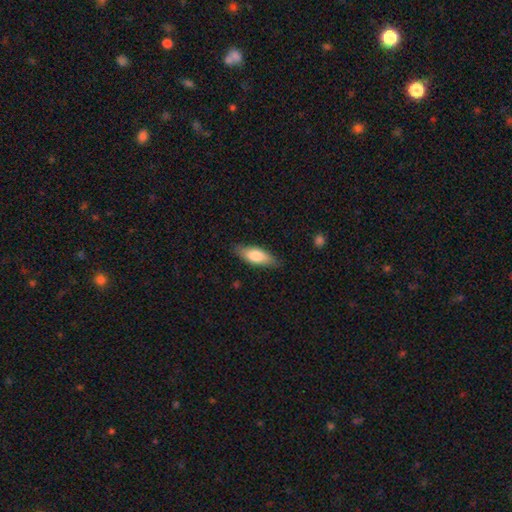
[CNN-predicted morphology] smooth-or-featured: smooth: 76% | featured or disk: 19% | star or artifact: 6%
  how-rounded: in between: 70% | cigar-shaped: 28% | round: 2%
  merging: none: 83% | minor disturbance: 13% | major disturbance: 2% | merger: 1%